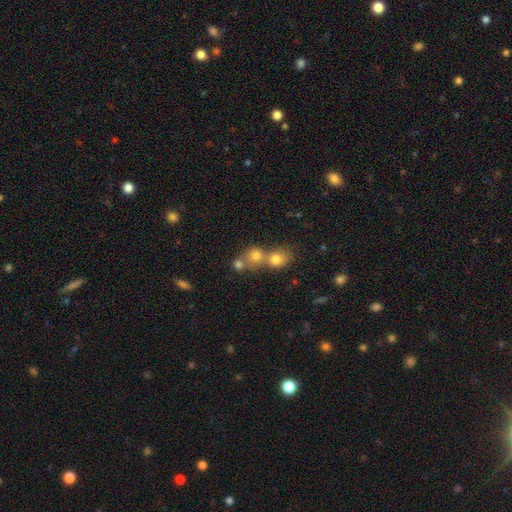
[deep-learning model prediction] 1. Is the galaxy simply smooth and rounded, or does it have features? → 73% smooth, 14% star or artifact, 13% featured or disk.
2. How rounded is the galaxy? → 81% round, 18% in between, 1% cigar-shaped.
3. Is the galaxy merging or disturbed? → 58% merger, 34% none, 6% minor disturbance, 3% major disturbance.